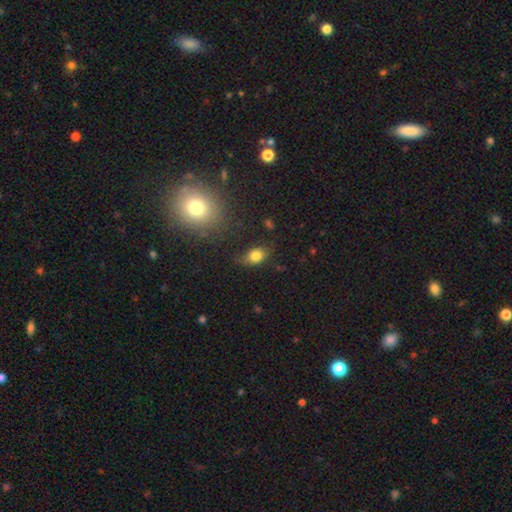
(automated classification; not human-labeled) Q: Smooth or featured?
A: smooth (80%); runner-up: star or artifact (11%)
Q: How rounded?
A: in between (78%); runner-up: round (19%)
Q: Merging?
A: none (74%); runner-up: minor disturbance (19%)